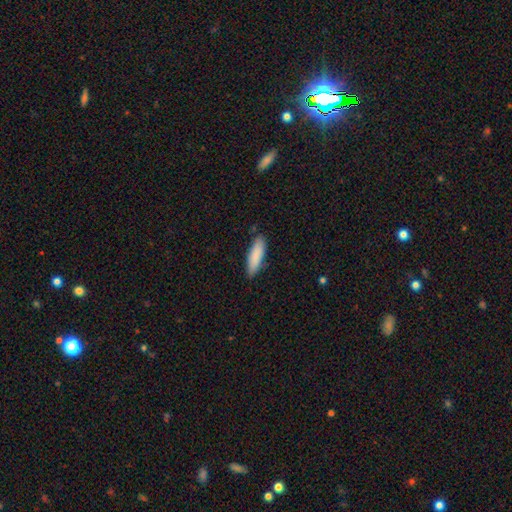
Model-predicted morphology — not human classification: smooth 87%, featured or disk 7%, star or artifact 6%. Down the decision tree: how rounded — cigar-shaped (59%); merging — none (84%).